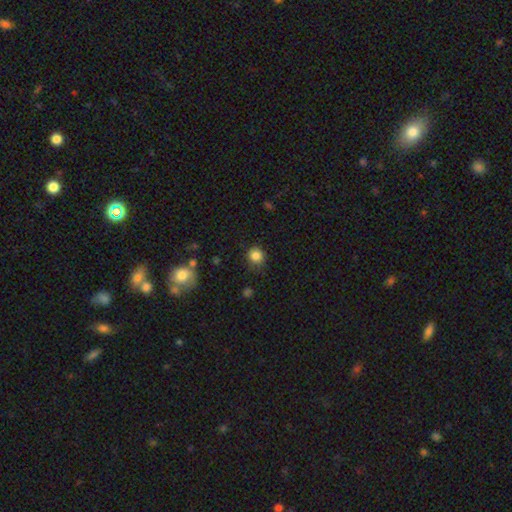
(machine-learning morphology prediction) smooth_or_featured: smooth (p=0.85) [alt: star or artifact p=0.11]
how_rounded: round (p=0.88) [alt: in between p=0.11]
merging: none (p=0.79) [alt: minor disturbance p=0.15]